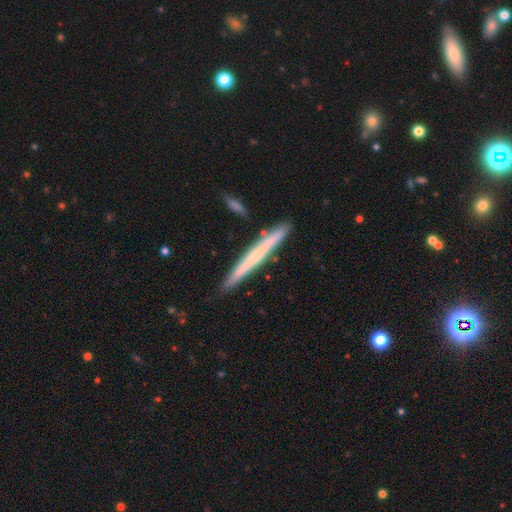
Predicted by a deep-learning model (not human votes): A featured or disk galaxy (52%) viewed edge-on (96%) with no central bulge (64%). Merging: none (86%).